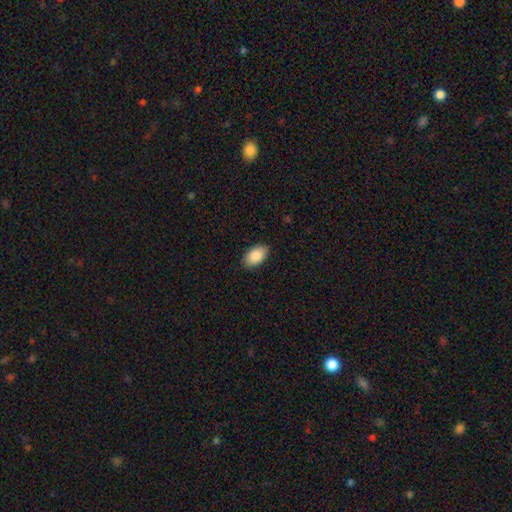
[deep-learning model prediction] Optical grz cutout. It shows a smooth galaxy with no disk features (87%) that is in between round and cigar-shaped (94%). Merging: none (88%).